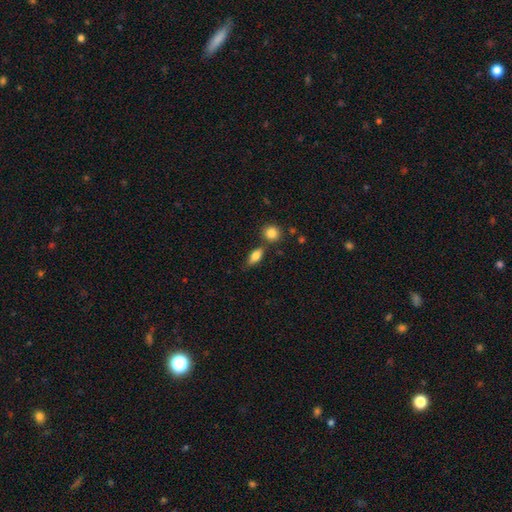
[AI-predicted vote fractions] This is likely a smooth galaxy (79%). How rounded: likely in between (79%). Merging: likely none (67%).